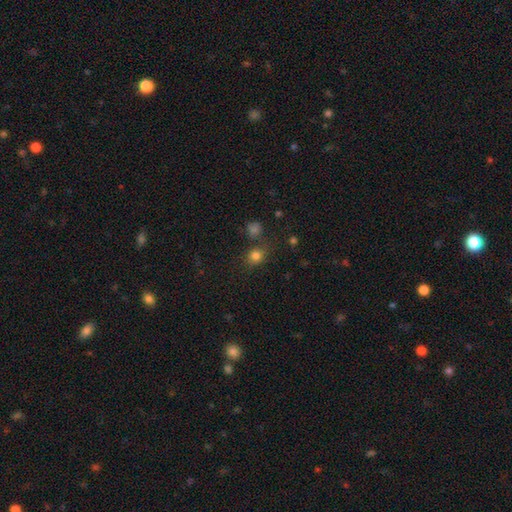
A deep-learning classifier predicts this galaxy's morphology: The model was most divided on "how rounded": round: 72%, in between: 27%, cigar-shaped: 1%. More confident: smooth or featured — smooth (78%); merging — none (70%).